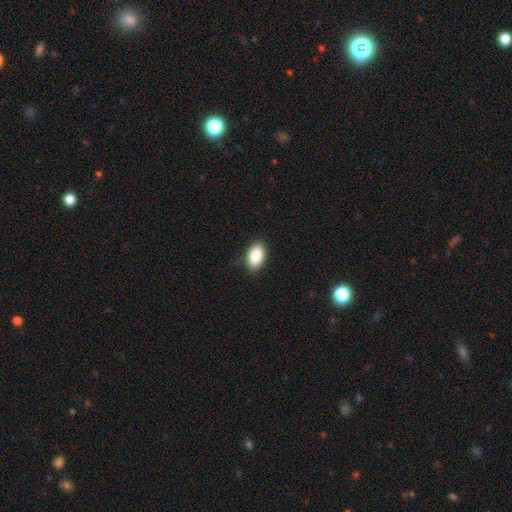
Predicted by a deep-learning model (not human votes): This appears to be a smooth galaxy with no disk features (87%) that is in between round and cigar-shaped (93%). Merging: none (86%).